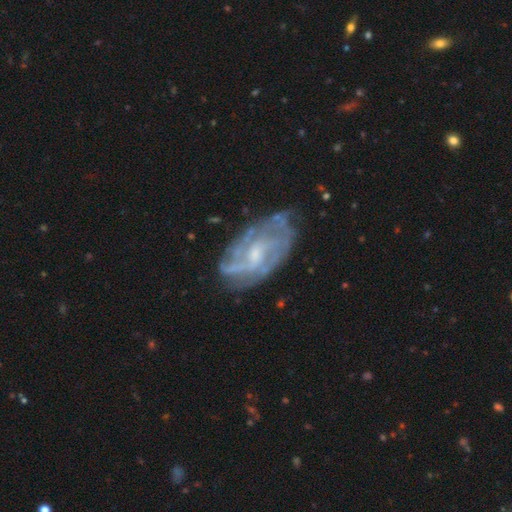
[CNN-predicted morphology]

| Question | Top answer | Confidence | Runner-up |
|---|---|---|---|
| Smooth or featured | featured or disk | 81% | smooth (11%) |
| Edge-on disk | no | 95% | yes (5%) |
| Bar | no | 47% | weak (44%) |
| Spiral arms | yes | 90% | no (10%) |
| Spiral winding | tight | 47% | medium (38%) |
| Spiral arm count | can't tell | 38% | 2 (25%) |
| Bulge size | small | 50% | moderate (37%) |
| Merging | none | 70% | minor disturbance (19%) |